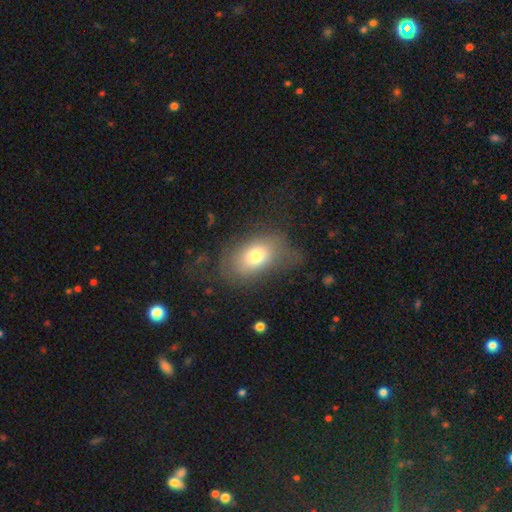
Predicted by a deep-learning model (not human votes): Smooth or featured? Predicted: smooth (p=0.71). How rounded? Predicted: in between (p=0.82). Merging? Predicted: none (p=0.54).